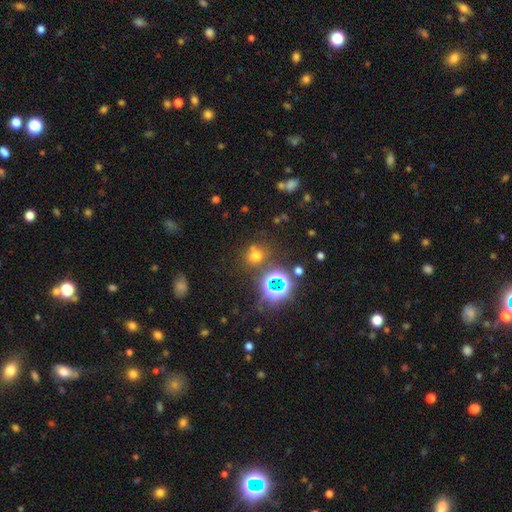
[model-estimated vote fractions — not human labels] smooth_or_featured: smooth (p=0.57) [alt: star or artifact p=0.35]
how_rounded: round (p=0.78) [alt: in between p=0.21]
merging: none (p=0.72) [alt: minor disturbance p=0.12]